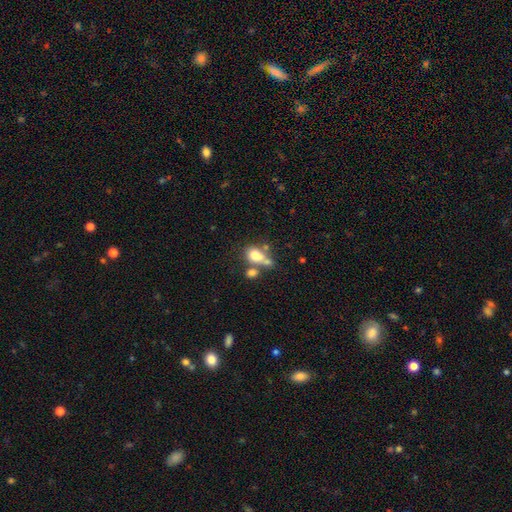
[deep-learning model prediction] smooth_or_featured: smooth (p=0.71) [alt: featured or disk p=0.18]
how_rounded: in between (p=0.67) [alt: round p=0.30]
merging: merger (p=0.46) [alt: none p=0.32]